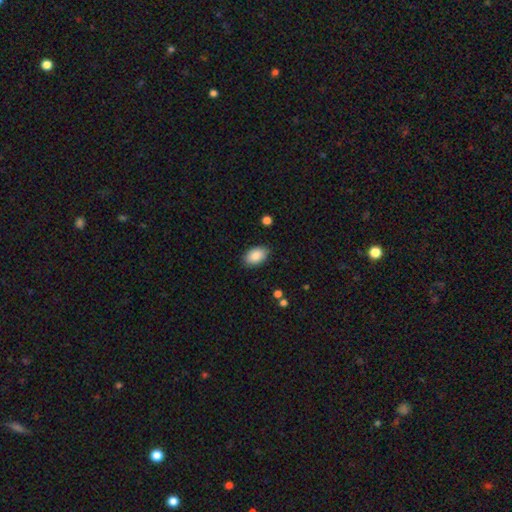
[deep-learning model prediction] This is clearly a smooth galaxy (88%). How rounded: clearly in between (91%). Merging: clearly none (86%).